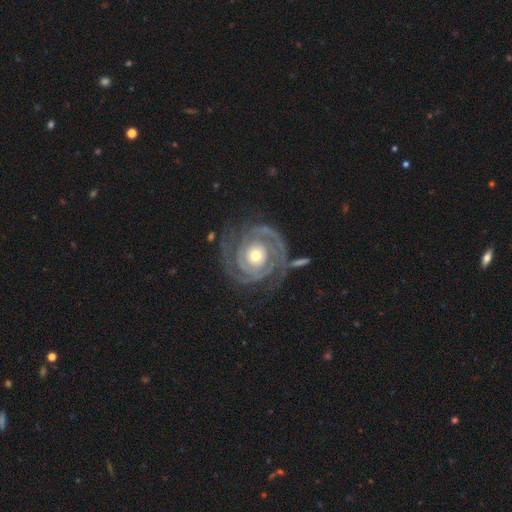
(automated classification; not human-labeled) featured or disk 91%, smooth 5%, star or artifact 4%. Down the decision tree: edge-on disk — no (97%); bar — no (78%); spiral arms — yes (97%); spiral arm count — 2 (55%); spiral winding — tight (79%); bulge size — moderate (62%); merging — none (68%).